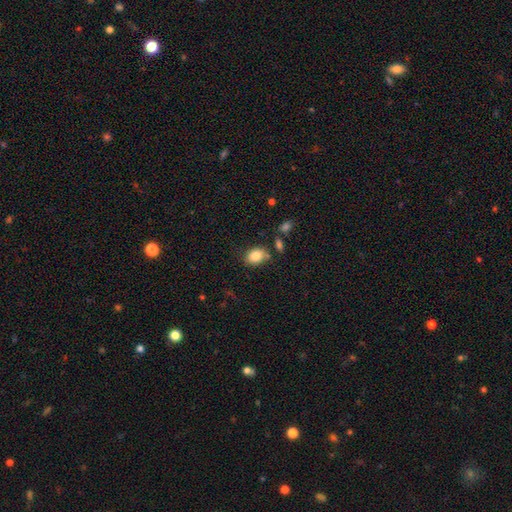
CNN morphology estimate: Smooth or featured? Predicted: smooth (p=0.84). How rounded? Predicted: in between (p=0.72). Merging? Predicted: none (p=0.70).